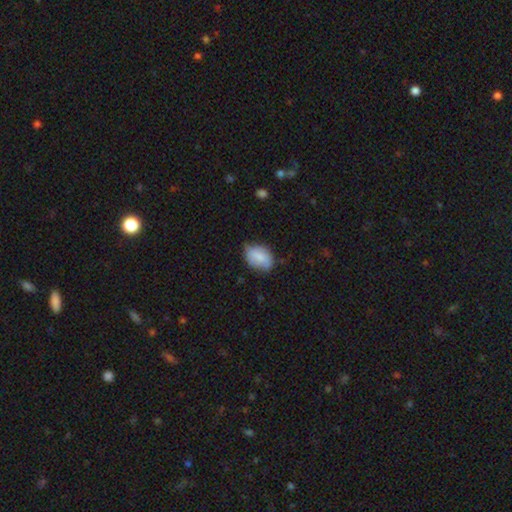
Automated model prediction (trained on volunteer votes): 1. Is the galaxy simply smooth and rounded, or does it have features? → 71% smooth, 21% featured or disk, 8% star or artifact.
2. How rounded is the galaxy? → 75% in between, 23% round, 1% cigar-shaped.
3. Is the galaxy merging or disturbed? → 53% none, 37% minor disturbance, 8% major disturbance, 2% merger.